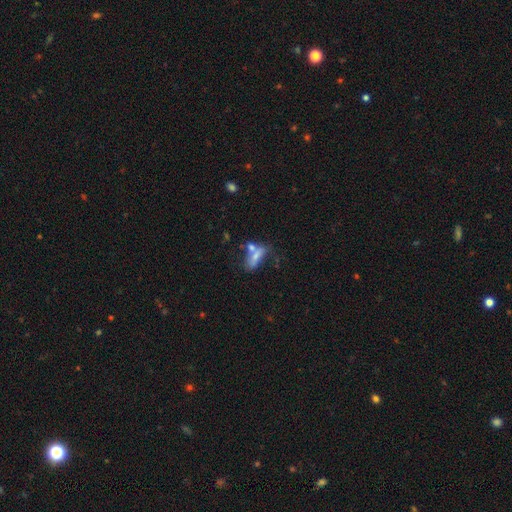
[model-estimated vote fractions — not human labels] Smooth or featured: smooth — 59% (featured or disk — 31%)
How rounded: in between — 63% (cigar-shaped — 32%)
Merging: none — 34% (tied with merger — 34%)